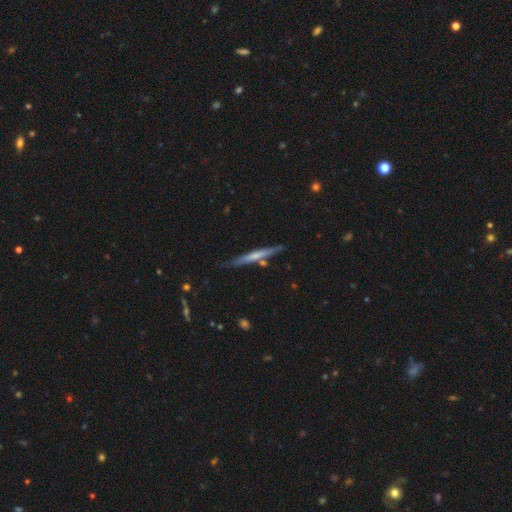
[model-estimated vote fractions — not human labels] Smooth or featured?
  - featured or disk: 50% *
  - smooth: 45%
  - star or artifact: 5%
Merging?
  - none: 80% *
  - minor disturbance: 13%
  - merger: 5%
  - major disturbance: 2%